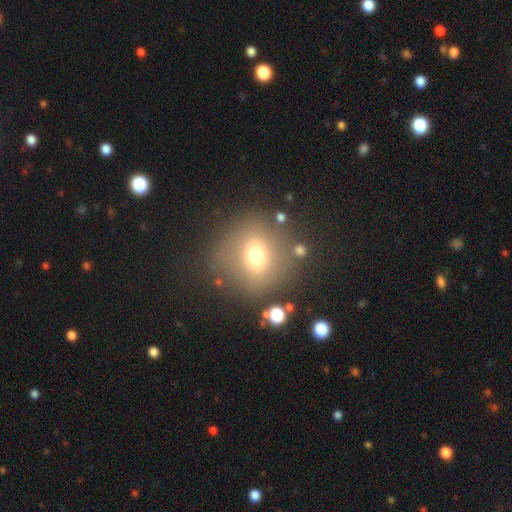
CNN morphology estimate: This is likely a smooth galaxy (68%). How rounded: clearly round (83%). Merging: likely none (77%).